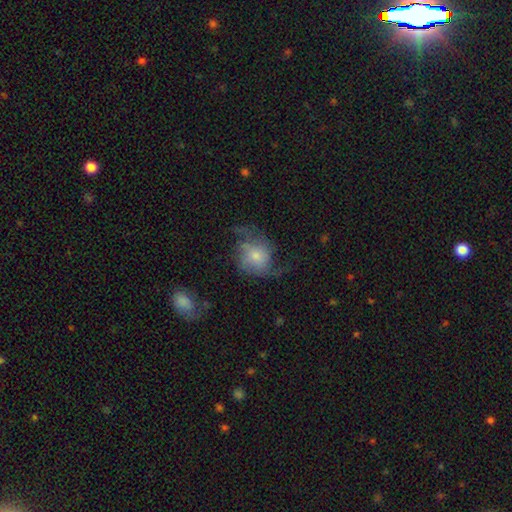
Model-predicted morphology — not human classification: smooth-or-featured: featured or disk: 53% | smooth: 38% | star or artifact: 9%
  disk-edge-on: no: 97% | yes: 3%
    bar: no: 77% | weak: 20% | strong: 3%
    has-spiral-arms: yes: 81% | no: 19%
    bulge-size: small: 50% | moderate: 33% | large: 7% | none: 6% | dominant: 3%
  merging: none: 41% | major disturbance: 33% | minor disturbance: 23% | merger: 3%